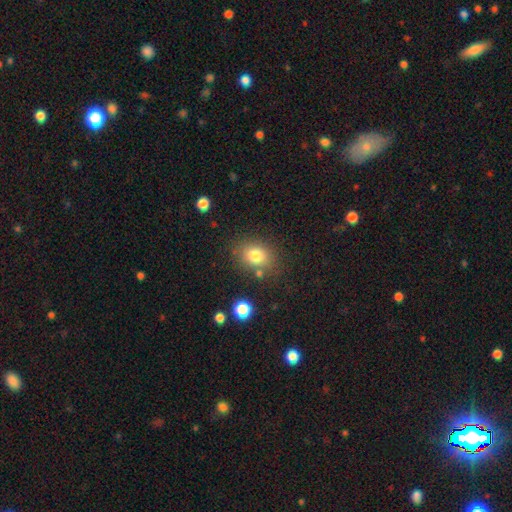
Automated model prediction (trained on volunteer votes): smooth_or_featured: smooth (p=0.79) [alt: star or artifact p=0.12]
how_rounded: round (p=0.52) [alt: in between p=0.47]
merging: none (p=0.77) [alt: minor disturbance p=0.12]